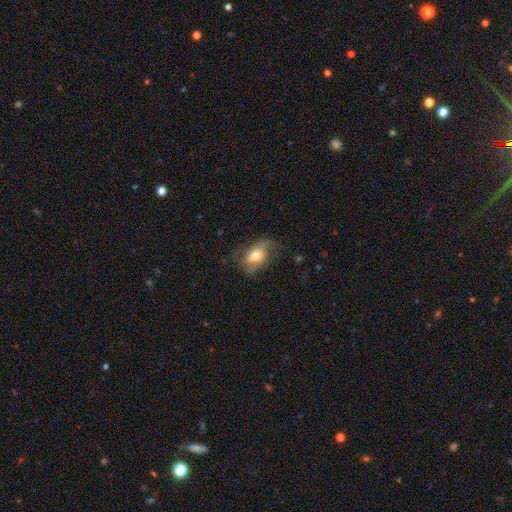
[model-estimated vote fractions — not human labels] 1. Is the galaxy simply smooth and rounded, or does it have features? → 52% smooth, 41% featured or disk, 8% star or artifact.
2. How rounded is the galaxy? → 82% in between, 16% round, 2% cigar-shaped.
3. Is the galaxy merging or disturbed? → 56% none, 27% minor disturbance, 16% major disturbance, 1% merger.